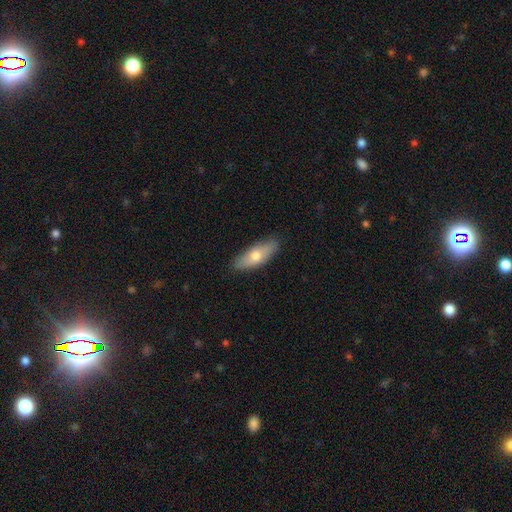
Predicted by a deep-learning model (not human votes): Morphology: type=smooth (68%); roundness=in between (70%); merging=none (85%).